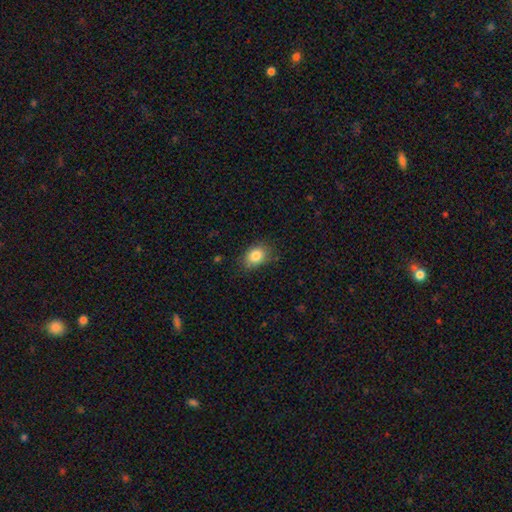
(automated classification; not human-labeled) The model was most divided on "how rounded": in between: 72%, round: 27%, cigar-shaped: 1%. More confident: smooth or featured — smooth (84%); merging — none (77%).